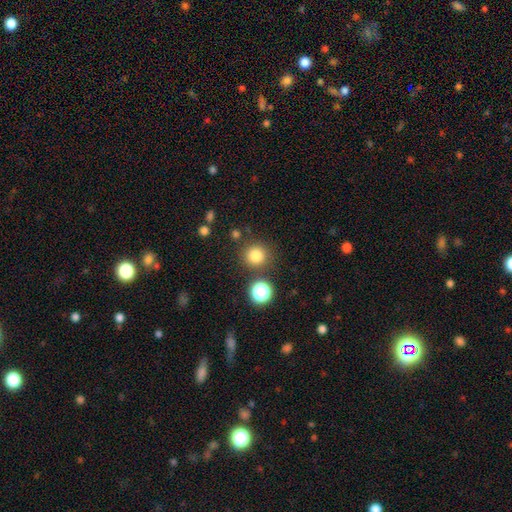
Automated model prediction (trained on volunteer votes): This is clearly a smooth galaxy (81%). How rounded: clearly round (94%). Merging: clearly none (84%).